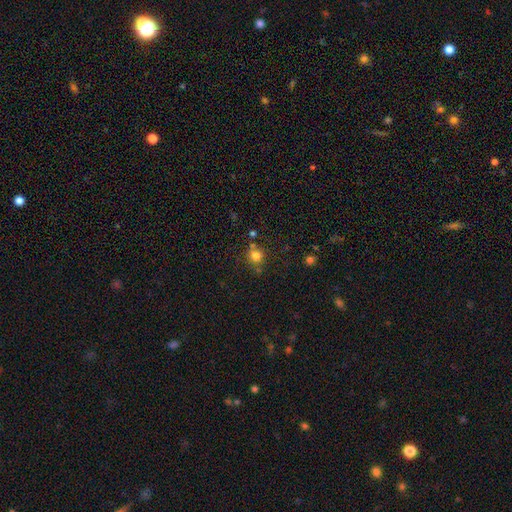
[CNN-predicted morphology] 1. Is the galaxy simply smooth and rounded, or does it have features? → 78% smooth, 15% star or artifact, 8% featured or disk.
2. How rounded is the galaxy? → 84% round, 15% in between, 1% cigar-shaped.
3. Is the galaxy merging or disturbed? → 69% none, 15% merger, 12% minor disturbance, 4% major disturbance.